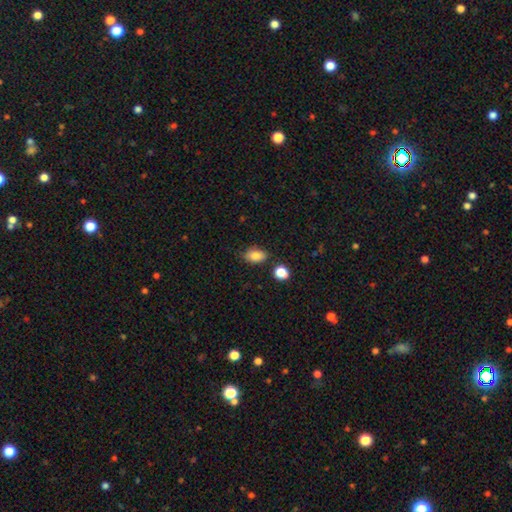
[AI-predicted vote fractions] A smooth galaxy with no disk features (83%) that is in between round and cigar-shaped (86%).

Vote fractions:
- Smooth or featured? smooth: 83% / star or artifact: 9% / featured or disk: 8%
- How rounded? in between: 86% / round: 12% / cigar-shaped: 2%
- Merging? none: 79% / minor disturbance: 14% / merger: 4% / major disturbance: 3%